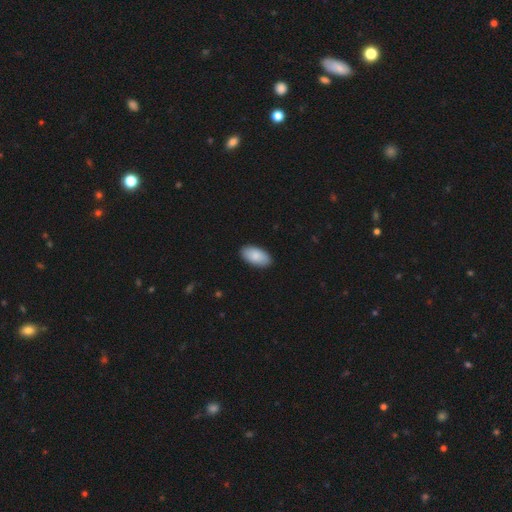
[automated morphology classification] Overall: smooth (88%). How rounded: in between (95%). Merging: none (90%).